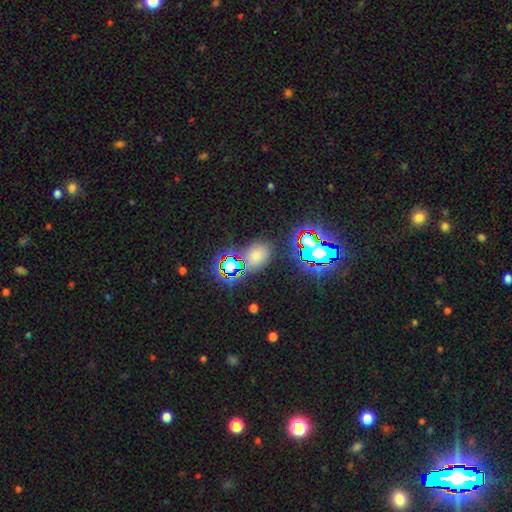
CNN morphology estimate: smooth_or_featured: star or artifact (p=0.52) [alt: smooth p=0.38]